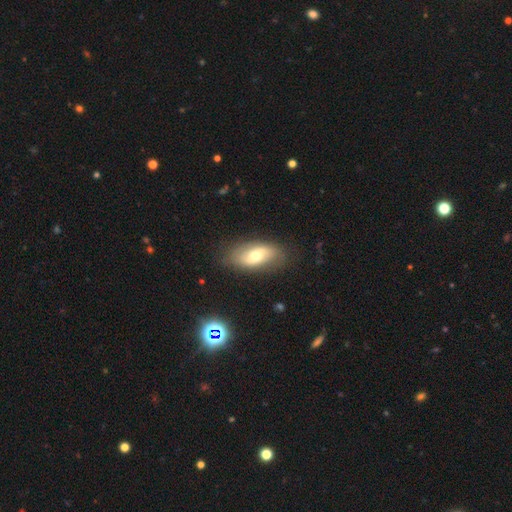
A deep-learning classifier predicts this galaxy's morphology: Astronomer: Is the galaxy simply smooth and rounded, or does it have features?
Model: smooth — 52% (runner-up: featured or disk, 40%).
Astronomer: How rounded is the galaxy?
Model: in between — 89%.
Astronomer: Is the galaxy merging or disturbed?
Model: none — 80%.